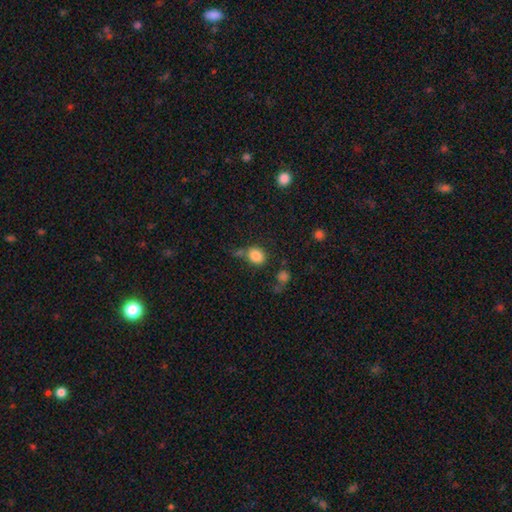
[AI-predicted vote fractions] smooth_or_featured: smooth (p=0.84) [alt: star or artifact p=0.10]
how_rounded: round (p=0.62) [alt: in between p=0.37]
merging: none (p=0.64) [alt: minor disturbance p=0.17]